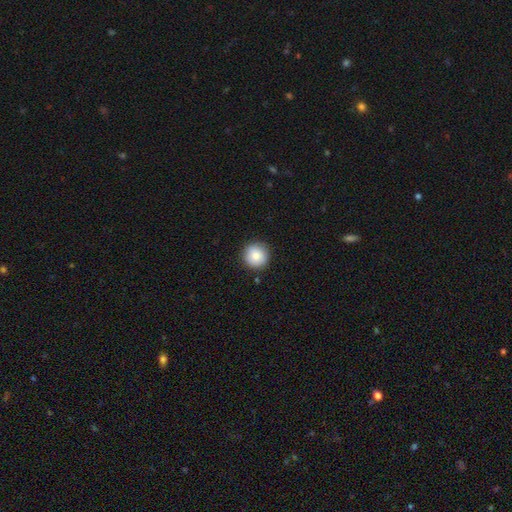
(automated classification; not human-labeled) This appears to be a smooth galaxy with no disk features (86%) that is round (94%). Merging: none (89%).